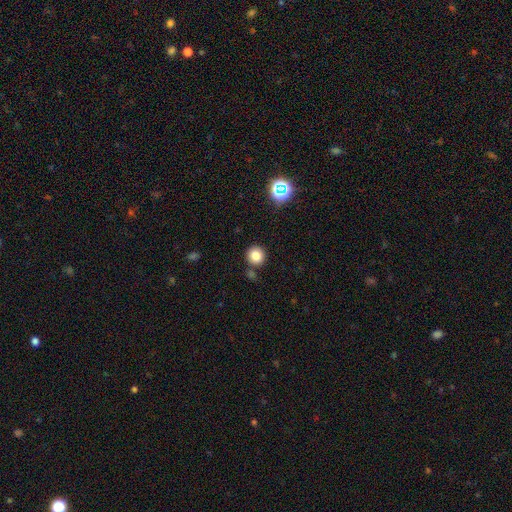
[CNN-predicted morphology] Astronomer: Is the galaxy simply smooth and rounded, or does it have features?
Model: smooth — 82%.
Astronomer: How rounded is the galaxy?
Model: round — 92%.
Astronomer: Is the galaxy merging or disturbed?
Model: none — 83%.